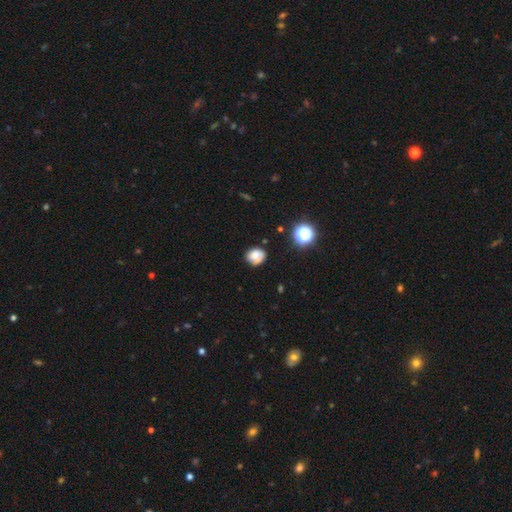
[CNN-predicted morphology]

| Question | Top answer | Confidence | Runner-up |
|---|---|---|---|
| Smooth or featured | smooth | 74% | featured or disk (14%) |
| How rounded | round | 67% | in between (32%) |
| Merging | none | 67% | minor disturbance (24%) |